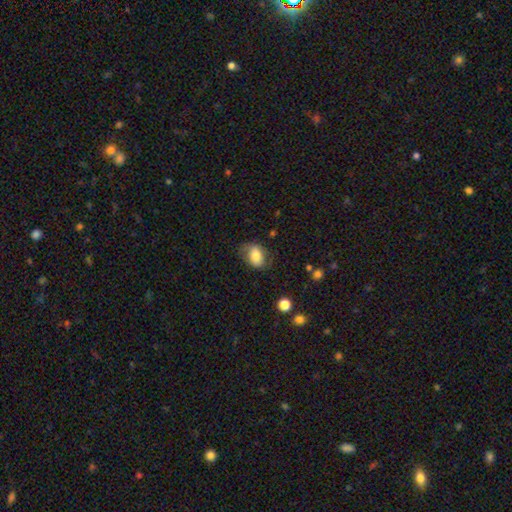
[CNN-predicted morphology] Smooth or featured? Predicted: smooth (p=0.73). How rounded? Predicted: in between (p=0.81). Merging? Predicted: none (p=0.65).